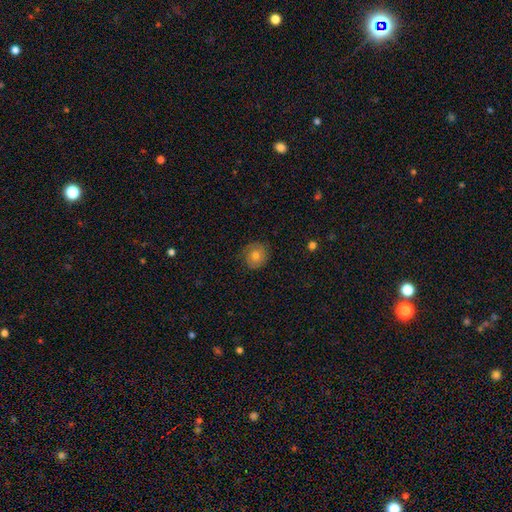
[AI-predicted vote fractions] Smooth or featured? smooth (53%)
How rounded? round (88%)
Merging? none (81%)